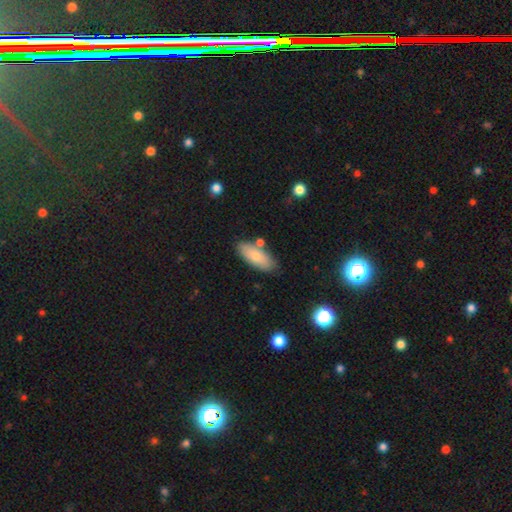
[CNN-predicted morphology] A smooth galaxy with no disk features (78%) that is in between round and cigar-shaped (81%).

Vote fractions:
- Smooth or featured? smooth: 78% / featured or disk: 16% / star or artifact: 6%
- How rounded? in between: 81% / cigar-shaped: 17% / round: 2%
- Merging? none: 76% / minor disturbance: 14% / merger: 7% / major disturbance: 3%